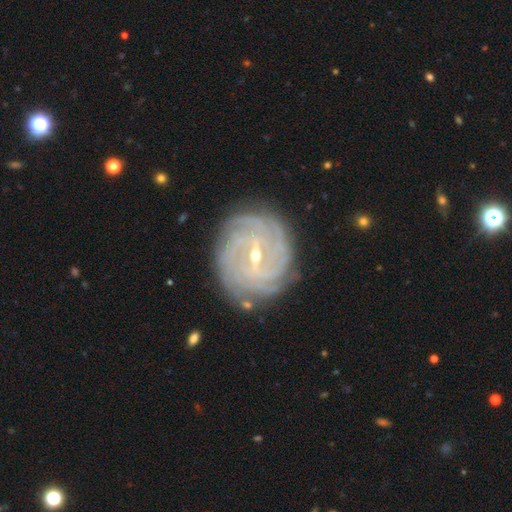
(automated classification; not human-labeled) Smooth or featured? Predicted: featured or disk (p=0.90). Edge-on disk? Predicted: no (p=0.97). Bar? Predicted: weak (p=0.51). Spiral arms? Predicted: yes (p=0.98). Spiral winding? Predicted: tight (p=0.82). Spiral arm count? Predicted: 4 (p=0.33). Bulge size? Predicted: small (p=0.61). Merging? Predicted: none (p=0.83).